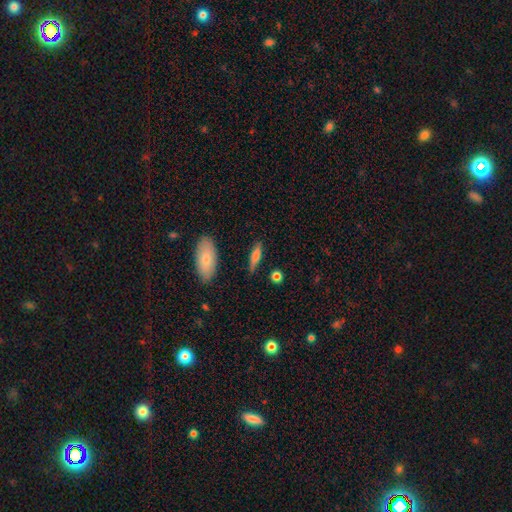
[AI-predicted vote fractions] Q: Smooth or featured?
A: smooth (65%); runner-up: featured or disk (28%)
Q: How rounded?
A: cigar-shaped (64%); runner-up: in between (32%)
Q: Merging?
A: none (82%); runner-up: minor disturbance (12%)